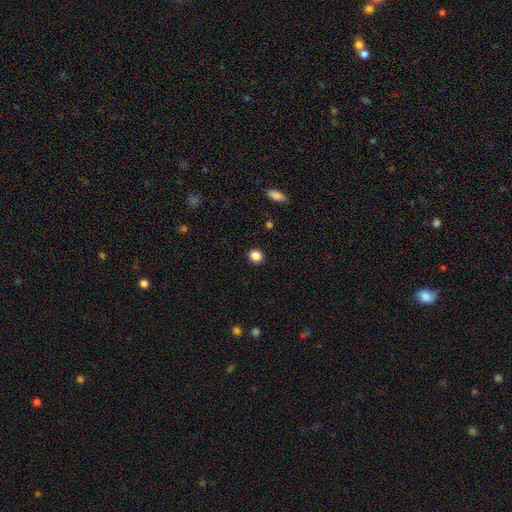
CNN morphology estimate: A smooth galaxy with no disk features (86%) that is round (74%).

Vote fractions:
- Smooth or featured? smooth: 86% / star or artifact: 10% / featured or disk: 4%
- How rounded? round: 74% / in between: 25% / cigar-shaped: 1%
- Merging? none: 91% / minor disturbance: 6% / major disturbance: 2% / merger: 1%